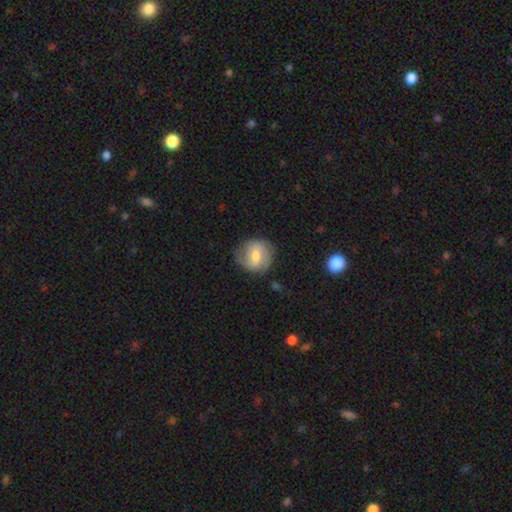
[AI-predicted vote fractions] Smooth or featured? Predicted: smooth (p=0.52). How rounded? Predicted: round (p=0.85). Merging? Predicted: none (p=0.75).